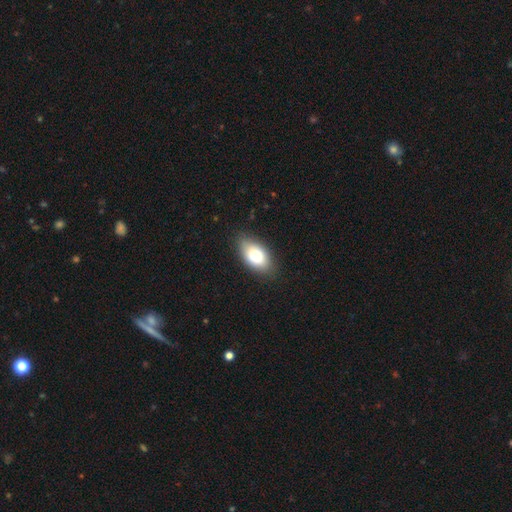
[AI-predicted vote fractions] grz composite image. It shows a smooth galaxy with no disk features (84%) that is in between round and cigar-shaped (93%). Merging: none (80%).